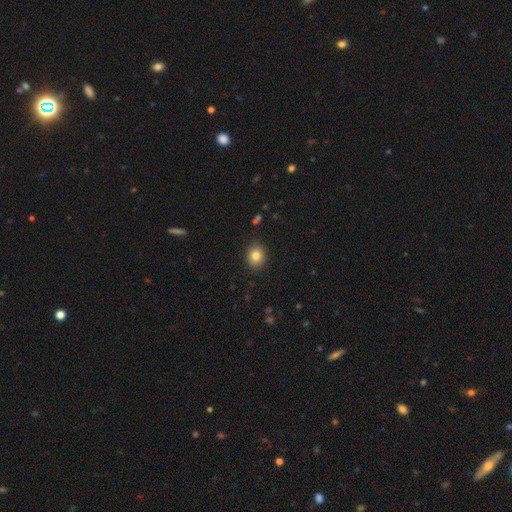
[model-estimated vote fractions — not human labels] smooth 83%, star or artifact 10%, featured or disk 7%. Down the decision tree: how rounded — round (64%); merging — none (88%).